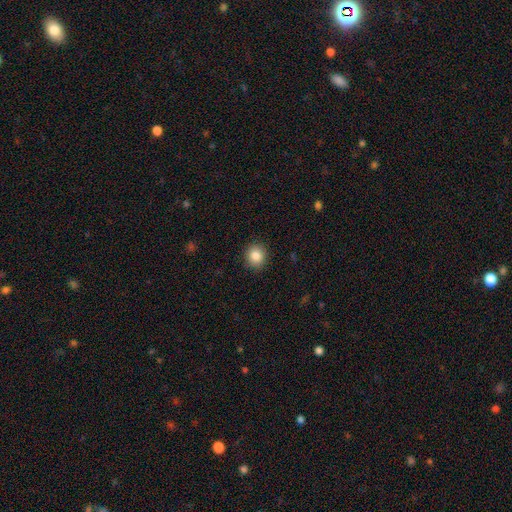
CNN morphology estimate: Overall: smooth (86%). How rounded: round (84%). Merging: none (91%).